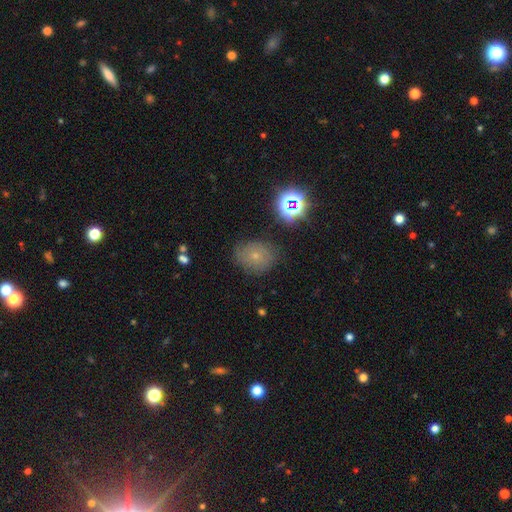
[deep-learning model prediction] smooth 57%, star or artifact 23%, featured or disk 20%. Down the decision tree: how rounded — round (63%); merging — none (75%).